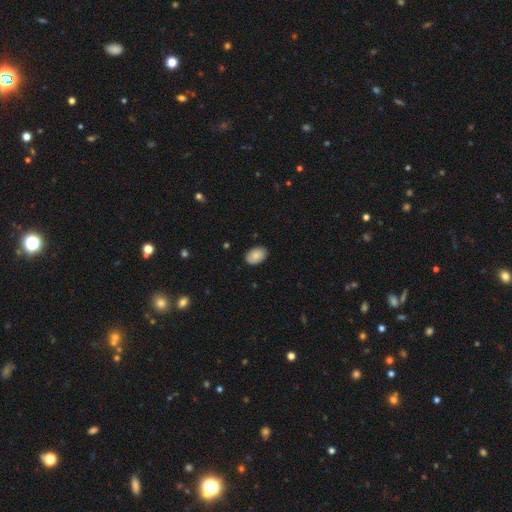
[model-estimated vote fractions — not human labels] Smooth or featured?
  - smooth: 86% *
  - star or artifact: 7%
  - featured or disk: 7%
How rounded?
  - in between: 87% *
  - round: 12%
  - cigar-shaped: 1%
Merging?
  - none: 86% *
  - minor disturbance: 11%
  - major disturbance: 2%
  - merger: 1%